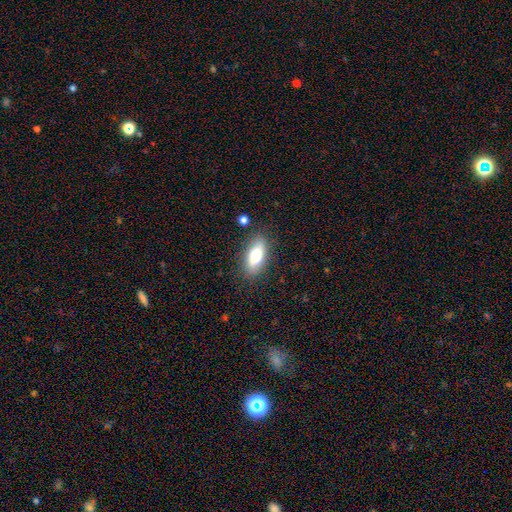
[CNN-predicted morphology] Q: Smooth or featured?
A: smooth (76%); runner-up: featured or disk (17%)
Q: How rounded?
A: in between (81%); runner-up: cigar-shaped (16%)
Q: Merging?
A: none (82%); runner-up: minor disturbance (13%)